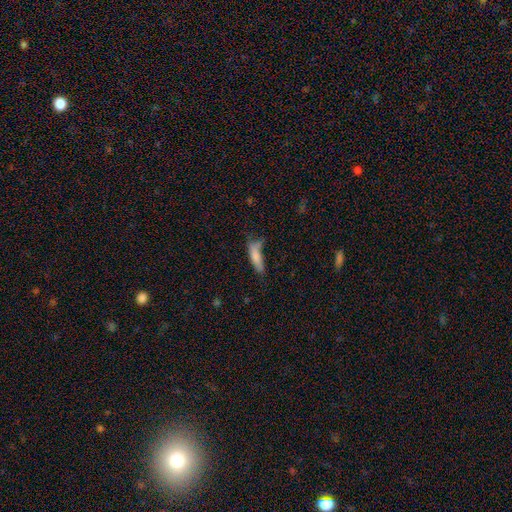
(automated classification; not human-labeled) smooth 79%, featured or disk 14%, star or artifact 8%. Down the decision tree: how rounded — cigar-shaped (61%); merging — none (44%).